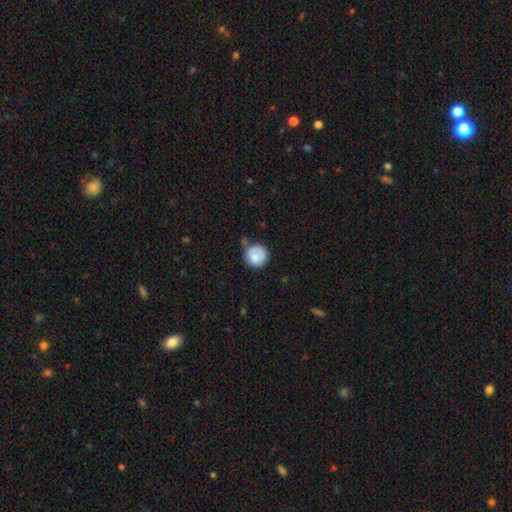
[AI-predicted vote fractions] Smooth or featured? smooth (82%)
How rounded? round (91%)
Merging? none (62%)